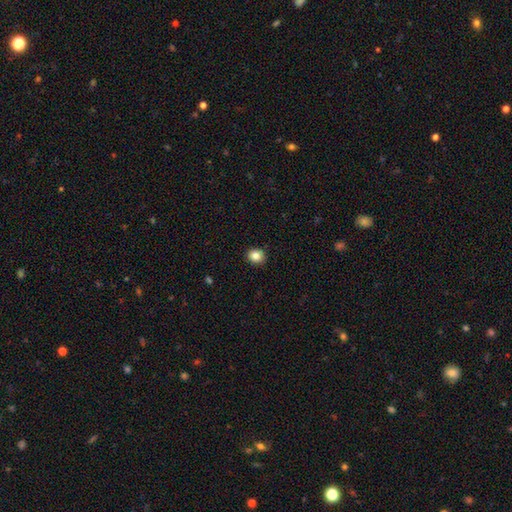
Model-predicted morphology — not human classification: Overall: smooth (84%). How rounded: round (75%). Merging: none (91%).